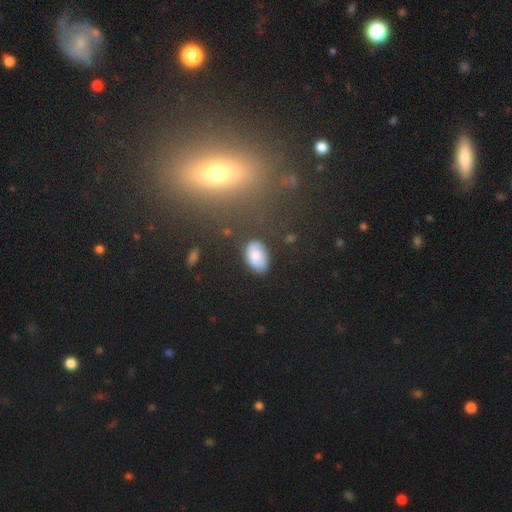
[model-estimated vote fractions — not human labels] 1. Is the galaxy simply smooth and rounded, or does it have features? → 76% smooth, 15% featured or disk, 9% star or artifact.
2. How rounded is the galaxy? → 92% in between, 7% round, 1% cigar-shaped.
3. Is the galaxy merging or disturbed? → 72% none, 20% minor disturbance, 5% major disturbance, 3% merger.